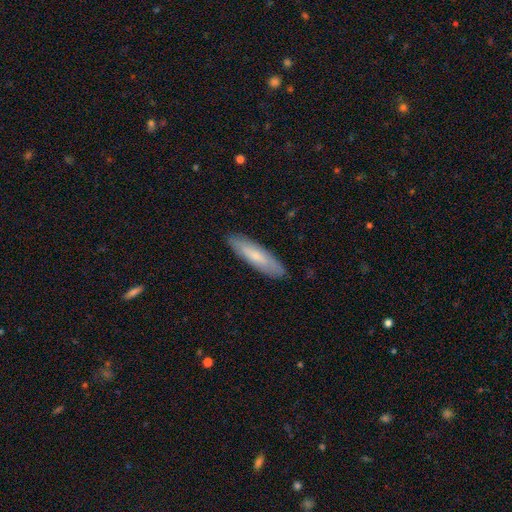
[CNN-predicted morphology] Smooth or featured? Predicted: smooth (p=0.66). How rounded? Predicted: cigar-shaped (p=0.72). Merging? Predicted: none (p=0.89).